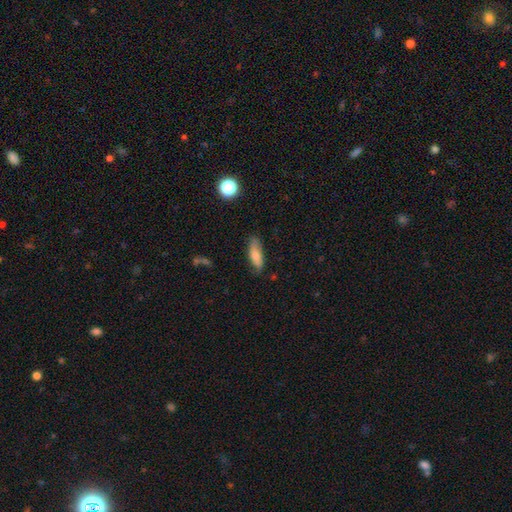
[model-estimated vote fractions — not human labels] This is likely a smooth galaxy (77%). How rounded: possibly in between (55%). Merging: likely none (73%).